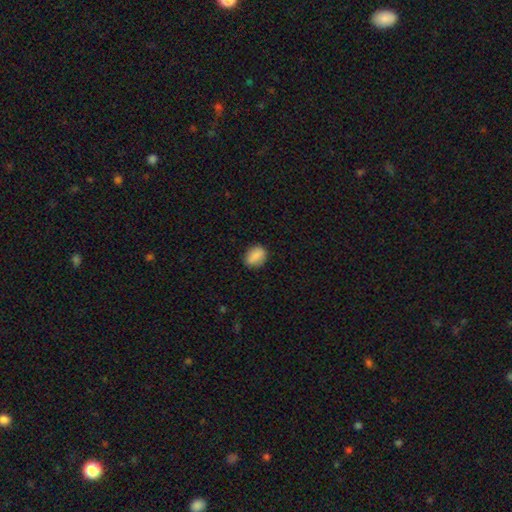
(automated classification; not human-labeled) Smooth or featured: smooth — 86% (star or artifact — 8%)
How rounded: in between — 70% (round — 28%)
Merging: none — 82% (minor disturbance — 14%)